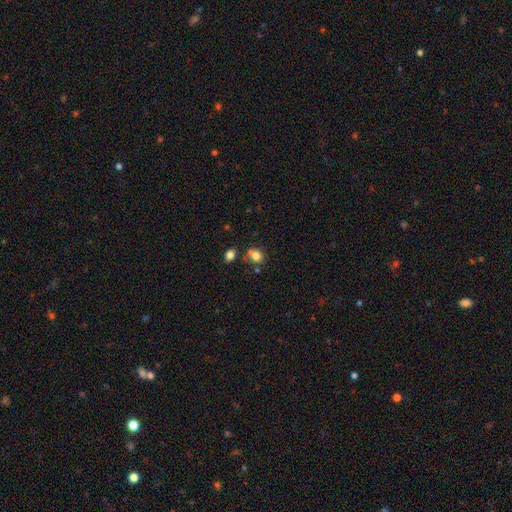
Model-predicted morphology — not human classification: Smooth or featured? smooth (77%)
How rounded? round (67%)
Merging? none (54%)